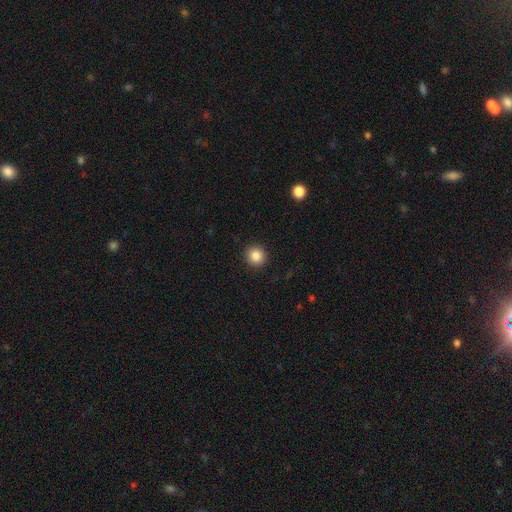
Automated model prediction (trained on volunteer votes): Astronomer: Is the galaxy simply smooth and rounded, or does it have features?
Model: smooth — 86%.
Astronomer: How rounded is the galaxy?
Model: round — 93%.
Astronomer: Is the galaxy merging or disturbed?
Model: none — 92%.